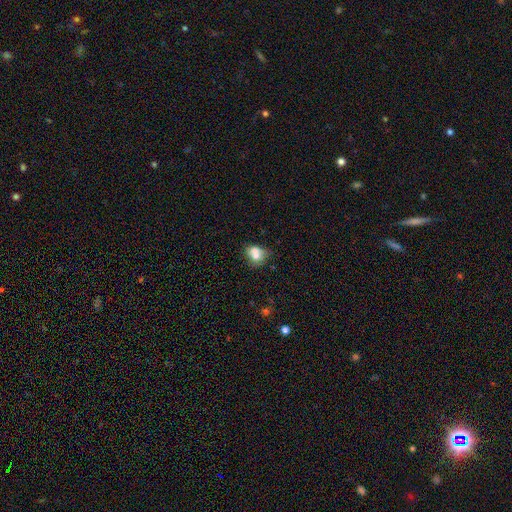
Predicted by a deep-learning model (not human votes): Q: Smooth or featured?
A: smooth (69%); runner-up: featured or disk (20%)
Q: How rounded?
A: round (56%); runner-up: in between (43%)
Q: Merging?
A: merger (45%); runner-up: none (33%)